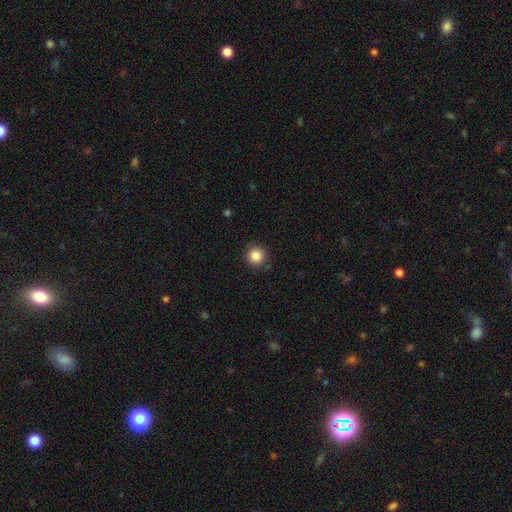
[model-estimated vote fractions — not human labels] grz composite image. It shows a smooth galaxy with no disk features (85%) that is round (95%). Merging: none (89%).